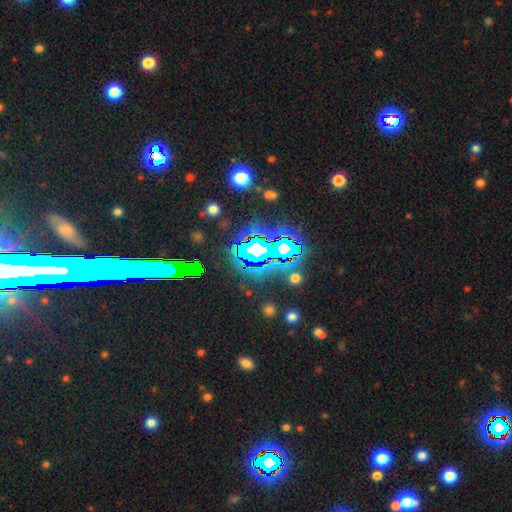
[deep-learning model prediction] A star or artifact, not a galaxy (76%).

Vote fractions:
- Smooth or featured? star or artifact: 76% / smooth: 12% / featured or disk: 12%